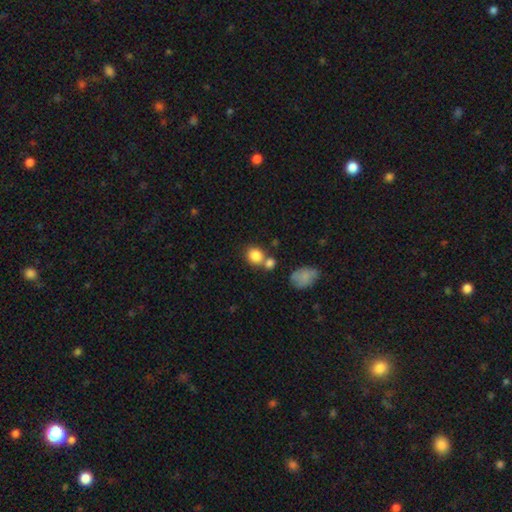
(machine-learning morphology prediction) Overall: smooth (84%). How rounded: round (69%; in between 30%). Merging: none (54%; merger 32%).